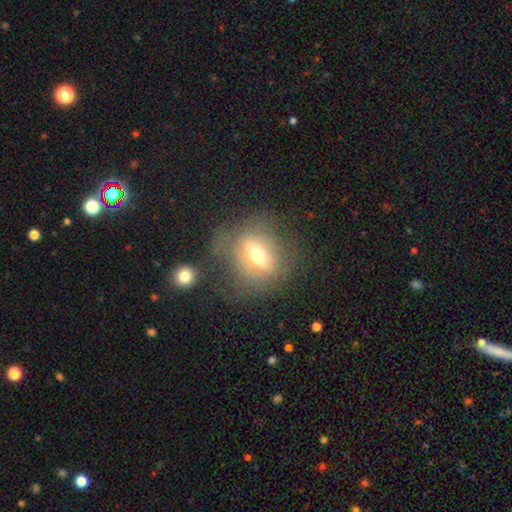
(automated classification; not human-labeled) smooth_or_featured: featured or disk (p=0.45) [alt: smooth p=0.44]
merging: none (p=0.56) [alt: minor disturbance p=0.19]